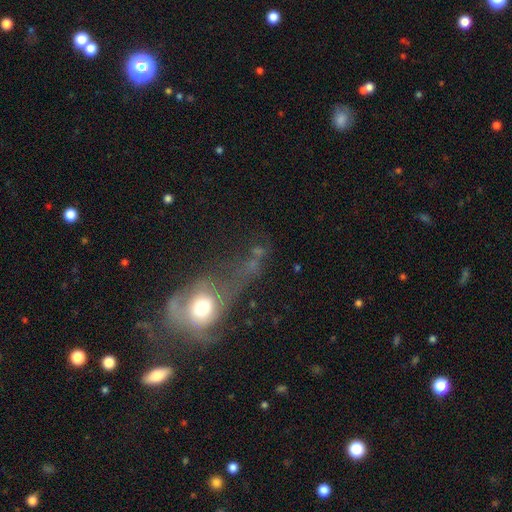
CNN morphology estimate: The model was most divided on "smooth or featured": smooth: 40%, featured or disk: 37%, star or artifact: 23%. Remaining: merging — major disturbance (42%).